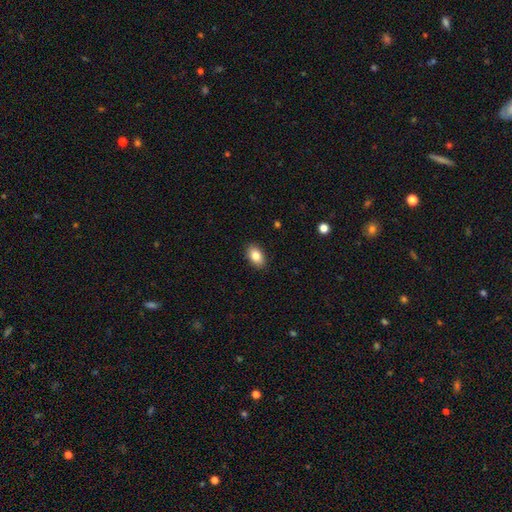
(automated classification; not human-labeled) A smooth galaxy with no disk features (84%) that is in between round and cigar-shaped (89%).

Vote fractions:
- Smooth or featured? smooth: 84% / featured or disk: 8% / star or artifact: 8%
- How rounded? in between: 89% / round: 10% / cigar-shaped: 1%
- Merging? none: 89% / minor disturbance: 8% / major disturbance: 2% / merger: 1%